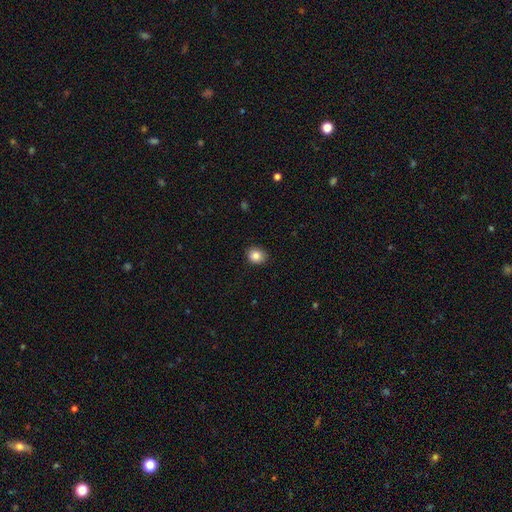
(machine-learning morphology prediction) Smooth or featured: smooth — 85% (star or artifact — 10%)
How rounded: round — 72% (in between — 27%)
Merging: none — 86% (minor disturbance — 11%)